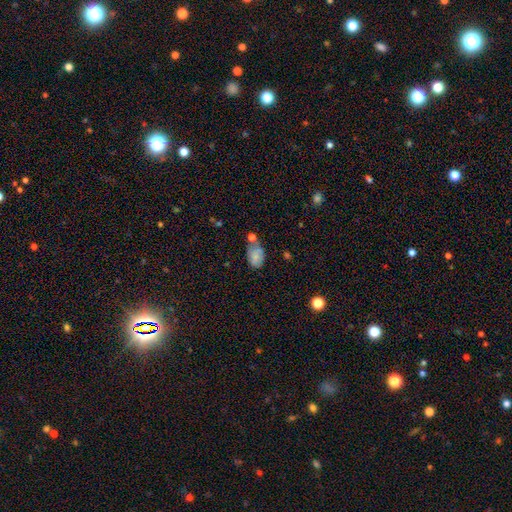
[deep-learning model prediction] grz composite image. It shows a smooth galaxy with no disk features (76%) that is in between round and cigar-shaped (86%). Merging: none (45%).